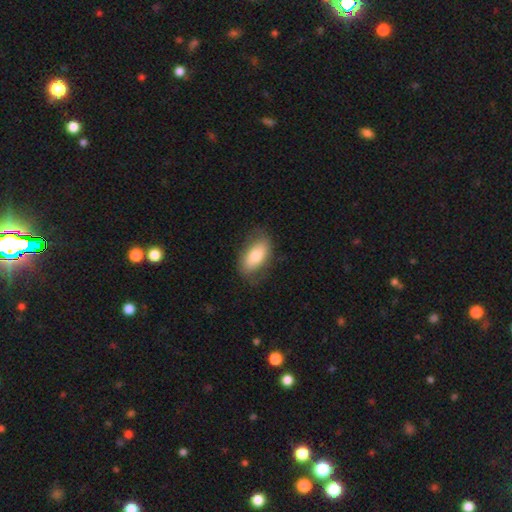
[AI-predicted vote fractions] smooth_or_featured: smooth (p=0.72) [alt: featured or disk p=0.22]
how_rounded: in between (p=0.91) [alt: round p=0.05]
merging: none (p=0.75) [alt: minor disturbance p=0.18]